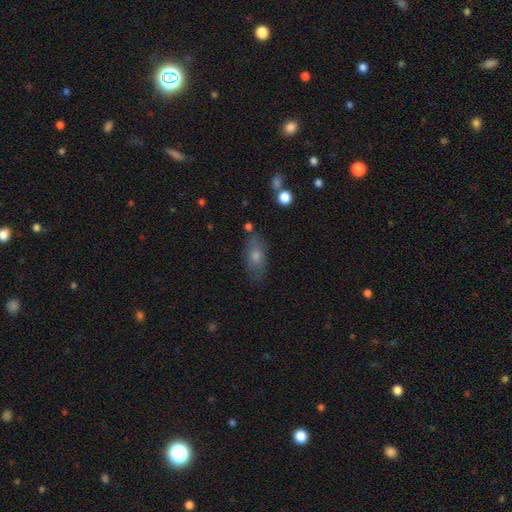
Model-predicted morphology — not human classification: Q: Smooth or featured?
A: smooth (61%); runner-up: featured or disk (27%)
Q: How rounded?
A: in between (81%); runner-up: cigar-shaped (12%)
Q: Merging?
A: none (78%); runner-up: minor disturbance (14%)